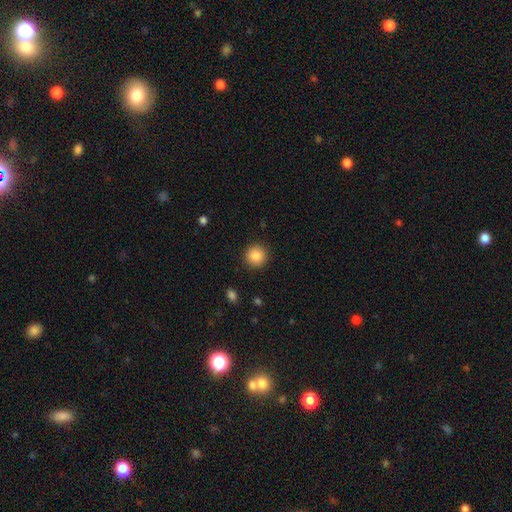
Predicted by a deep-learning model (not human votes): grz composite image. It shows a smooth galaxy with no disk features (87%) that is round (93%). Merging: none (91%).